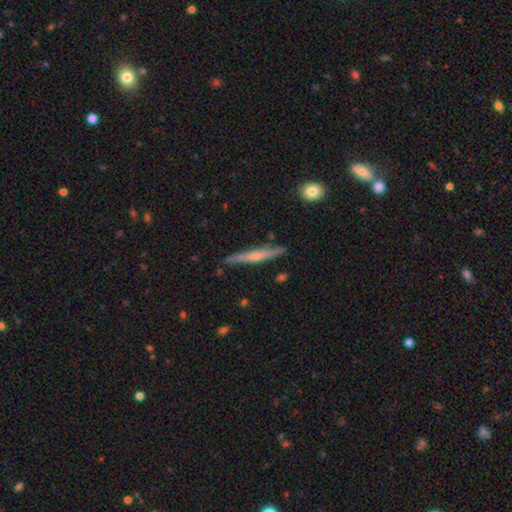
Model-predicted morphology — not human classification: A featured or disk galaxy (60%) viewed edge-on (96%) with a rounded central bulge (64%).

Vote fractions:
- Smooth or featured? featured or disk: 60% / smooth: 34% / star or artifact: 6%
- Edge-on disk? yes: 96% / no: 4%
- Edge-on bulge? rounded: 64% / none: 27% / boxy: 9%
- Merging? none: 85% / minor disturbance: 11% / merger: 2% / major disturbance: 2%